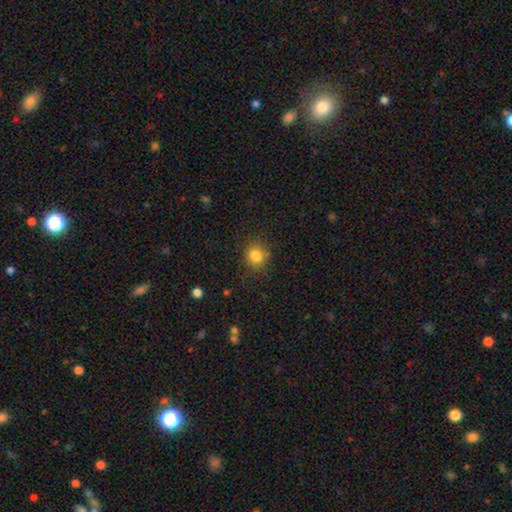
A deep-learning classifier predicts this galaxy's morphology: Q: Smooth or featured?
A: smooth (83%); runner-up: star or artifact (11%)
Q: How rounded?
A: round (75%); runner-up: in between (24%)
Q: Merging?
A: none (81%); runner-up: minor disturbance (13%)